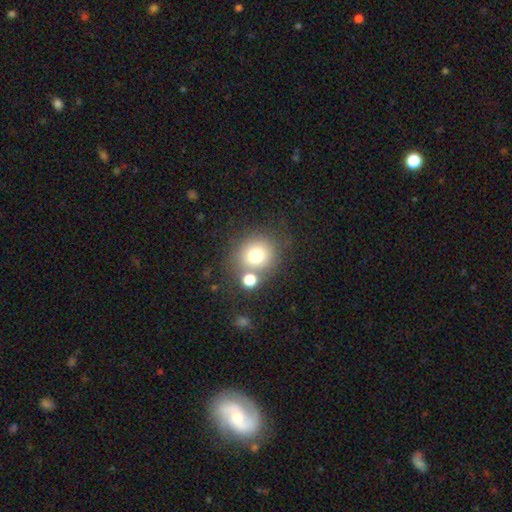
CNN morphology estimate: The model was most divided on "merging": none: 66%, merger: 19%, minor disturbance: 10%, major disturbance: 5%. More confident: how rounded — round (88%); smooth or featured — smooth (73%).